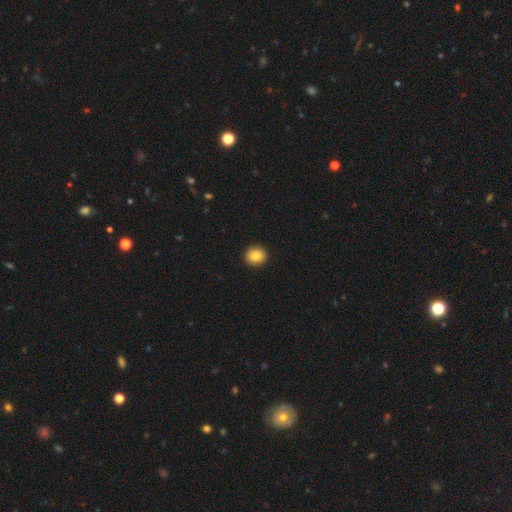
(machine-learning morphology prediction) Smooth or featured? Predicted: smooth (p=0.84). How rounded? Predicted: round (p=0.89). Merging? Predicted: none (p=0.93).